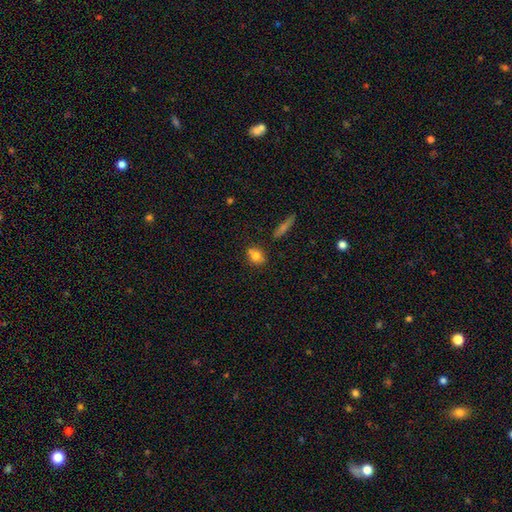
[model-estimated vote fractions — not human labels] Smooth or featured: smooth — 75% (featured or disk — 14%)
How rounded: round — 64% (in between — 33%)
Merging: none — 63% (merger — 18%)